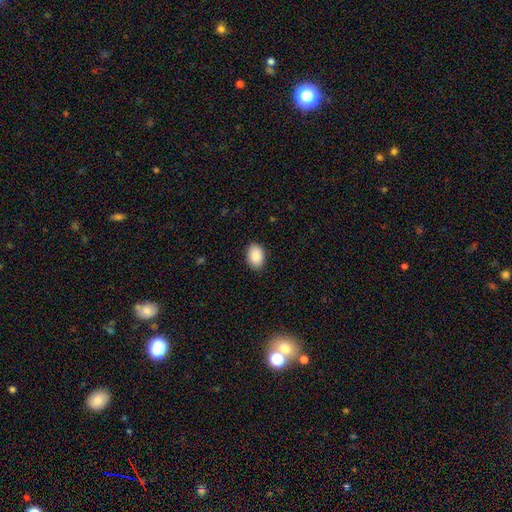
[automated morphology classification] smooth_or_featured: smooth (p=0.91) [alt: star or artifact p=0.07]
how_rounded: in between (p=0.86) [alt: round p=0.13]
merging: none (p=0.88) [alt: minor disturbance p=0.09]